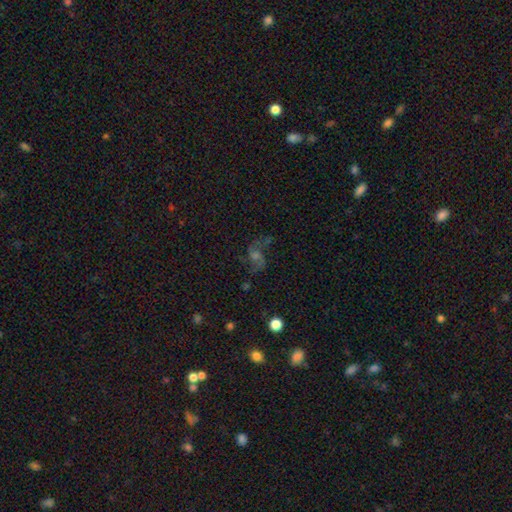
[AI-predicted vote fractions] Smooth or featured: featured or disk — 59% (star or artifact — 23%)
Edge-on disk: no — 96% (yes — 4%)
Bar: no — 61% (weak — 32%)
Spiral arms: yes — 88% (no — 12%)
Spiral winding: loose — 59% (medium — 34%)
Spiral arm count: 2 — 82% (can't tell — 7%)
Bulge size: moderate — 43% (small — 36%)
Merging: none — 61% (major disturbance — 18%)